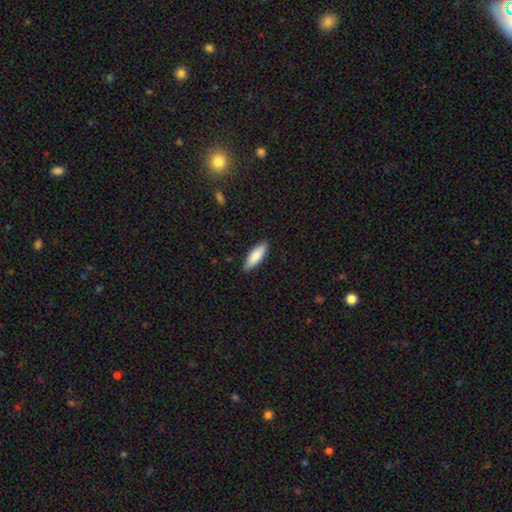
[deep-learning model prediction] Morphology: type=smooth (83%); roundness=in between (52%); merging=none (88%).